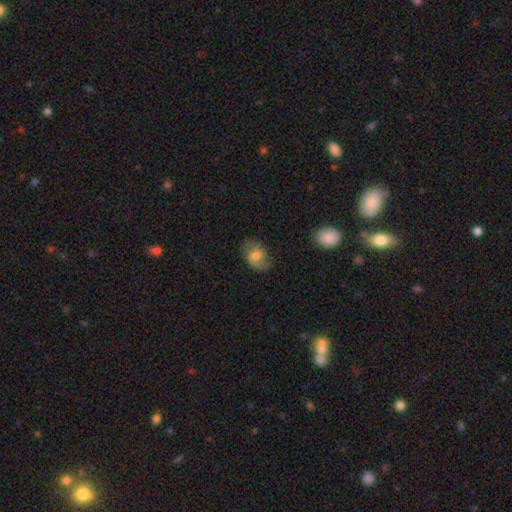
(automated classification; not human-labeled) Q: Smooth or featured?
A: smooth (54%); runner-up: featured or disk (37%)
Q: How rounded?
A: in between (74%); runner-up: round (25%)
Q: Merging?
A: none (72%); runner-up: minor disturbance (20%)